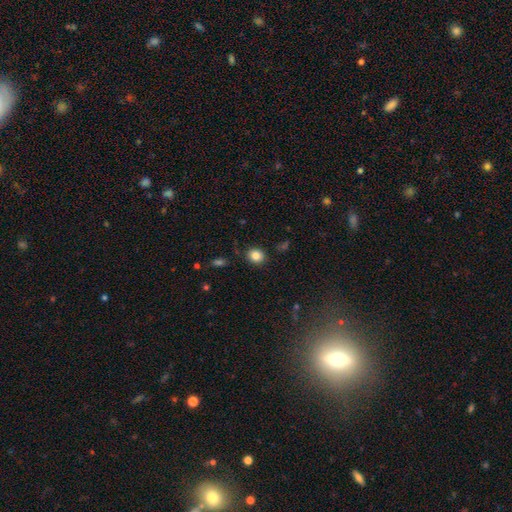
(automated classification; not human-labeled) Morphology: type=smooth (84%); roundness=round (66%); merging=none (87%).